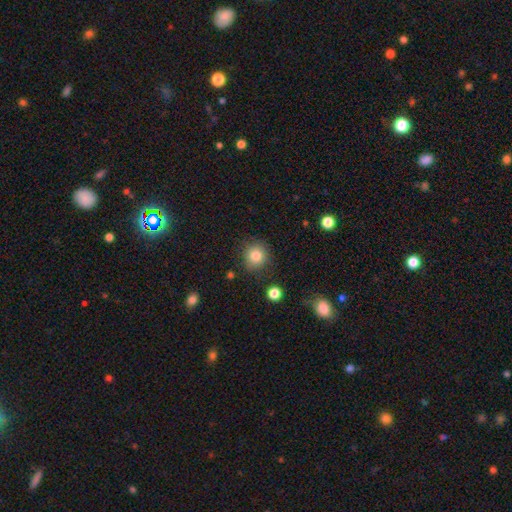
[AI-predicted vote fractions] Morphology: type=smooth (83%); roundness=round (89%); merging=none (83%).